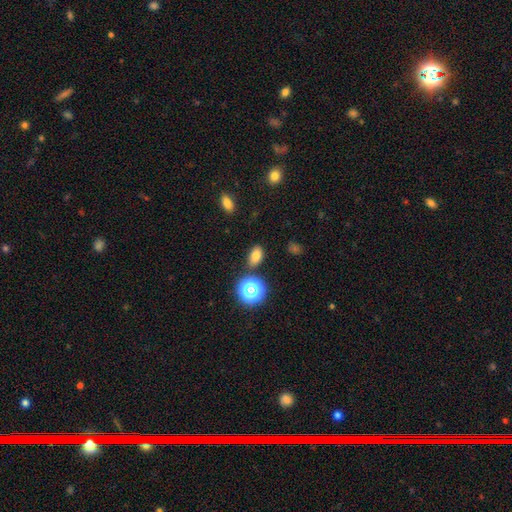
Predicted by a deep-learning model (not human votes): smooth 77%, star or artifact 16%, featured or disk 7%. Down the decision tree: how rounded — in between (79%); merging — none (82%).